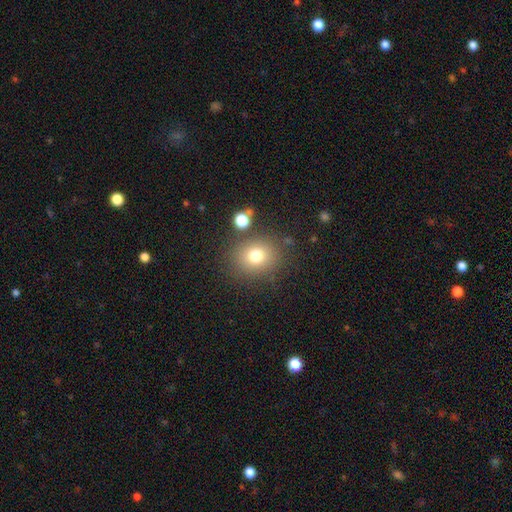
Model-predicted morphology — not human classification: This appears to be a smooth galaxy with no disk features (76%) that is round (68%). Merging: none (80%).